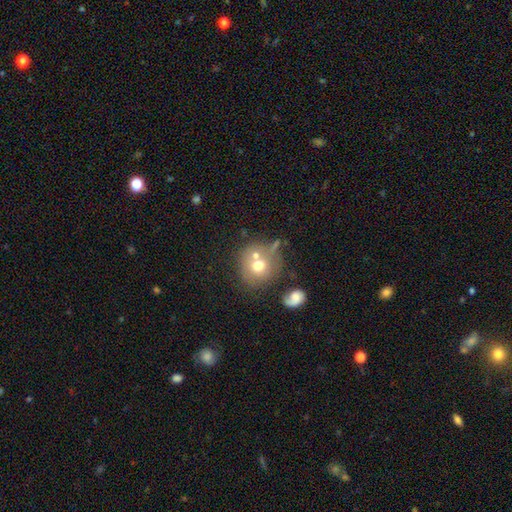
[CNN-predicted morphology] A smooth galaxy with no disk features (65%) that is round (85%).

Vote fractions:
- Smooth or featured? smooth: 65% / featured or disk: 23% / star or artifact: 12%
- How rounded? round: 85% / in between: 14% / cigar-shaped: 1%
- Merging? none: 47% / merger: 34% / minor disturbance: 13% / major disturbance: 7%